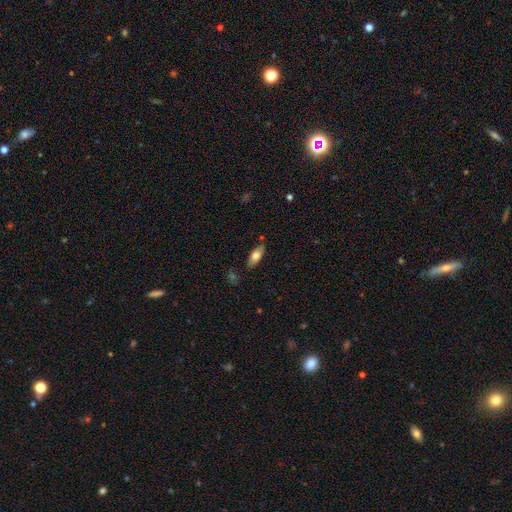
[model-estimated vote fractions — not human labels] smooth-or-featured: smooth: 72% | featured or disk: 22% | star or artifact: 7%
  how-rounded: in between: 79% | cigar-shaped: 18% | round: 3%
  merging: none: 75% | minor disturbance: 17% | merger: 4% | major disturbance: 4%